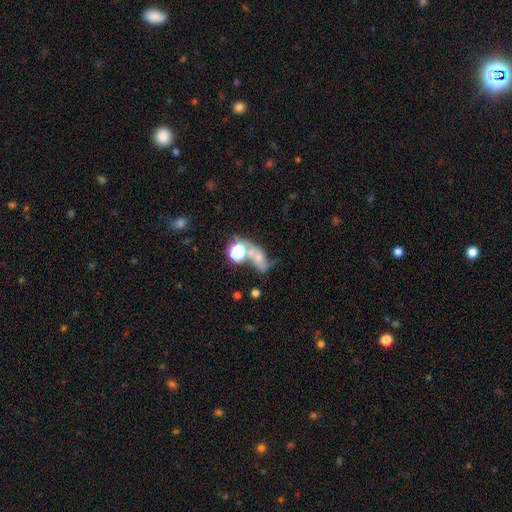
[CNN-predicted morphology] This appears to be a smooth galaxy with no disk features (43%). Merging: merger (37%).